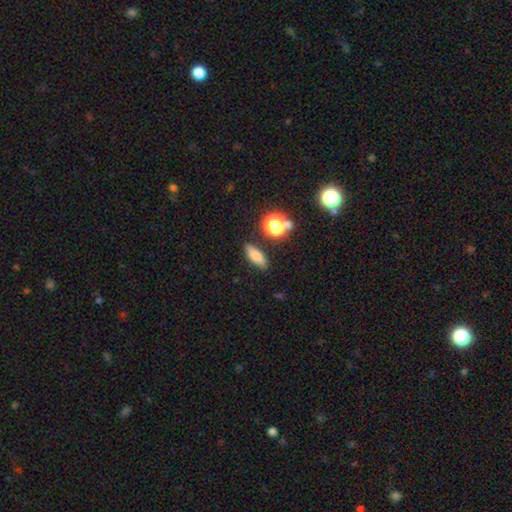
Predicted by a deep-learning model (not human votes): smooth 74%, featured or disk 13%, star or artifact 12%. Down the decision tree: how rounded — in between (57%); merging — none (85%).